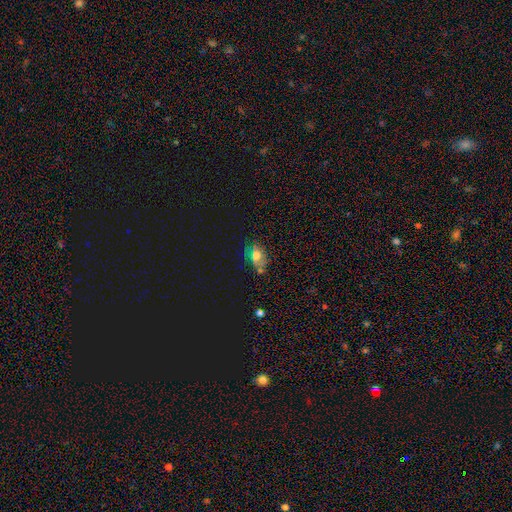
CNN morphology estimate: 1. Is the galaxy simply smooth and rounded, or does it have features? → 50% smooth, 26% star or artifact, 24% featured or disk.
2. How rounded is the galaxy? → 71% in between, 25% round, 3% cigar-shaped.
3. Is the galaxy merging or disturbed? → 56% none, 22% minor disturbance, 11% merger, 11% major disturbance.